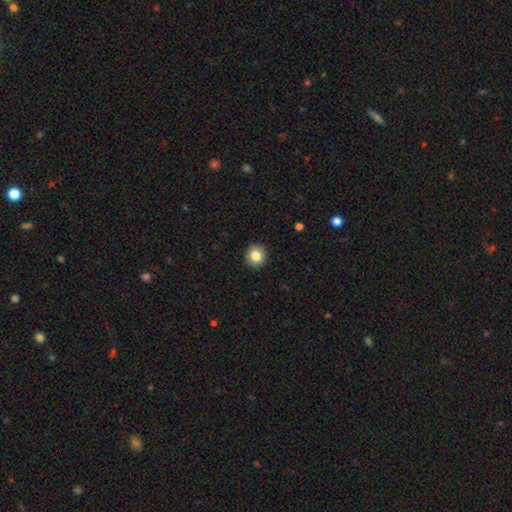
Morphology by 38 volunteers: Overall: smooth (87%). How rounded: round (94%). Merging: none (84%).